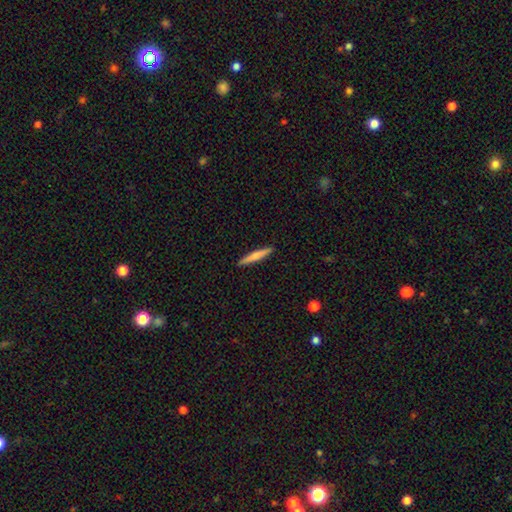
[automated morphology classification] smooth 66%, featured or disk 29%, star or artifact 5%. Down the decision tree: how rounded — cigar-shaped (94%); merging — none (92%).